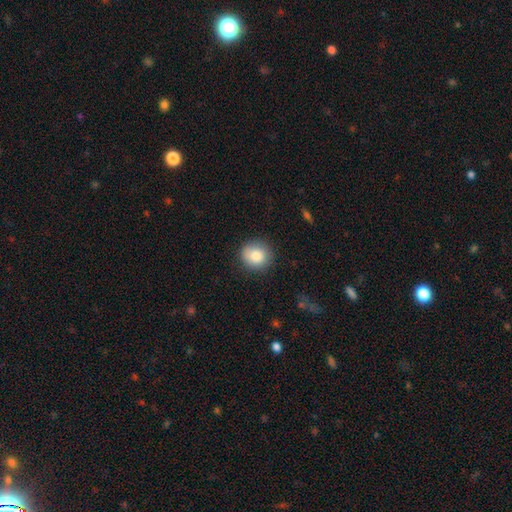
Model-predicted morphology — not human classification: Smooth or featured? smooth (85%)
How rounded? round (87%)
Merging? none (85%)